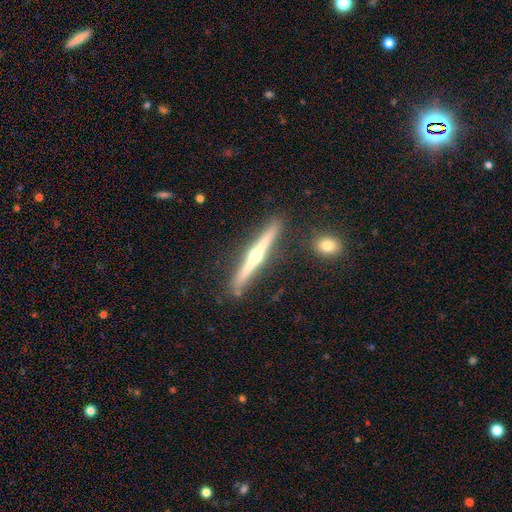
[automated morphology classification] smooth_or_featured: featured or disk (p=0.79) [alt: smooth p=0.16]
disk_edge_on: yes (p=0.98) [alt: no p=0.02]
edge_on_bulge: rounded (p=0.92) [alt: none p=0.05]
merging: none (p=0.88) [alt: minor disturbance p=0.08]